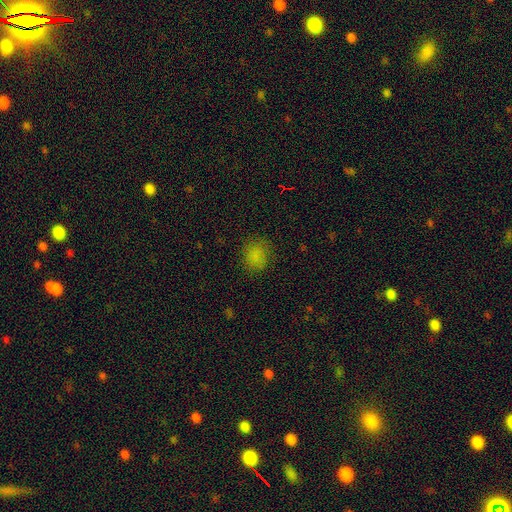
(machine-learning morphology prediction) smooth 80%, star or artifact 15%, featured or disk 5%. Down the decision tree: how rounded — round (70%); merging — none (80%).